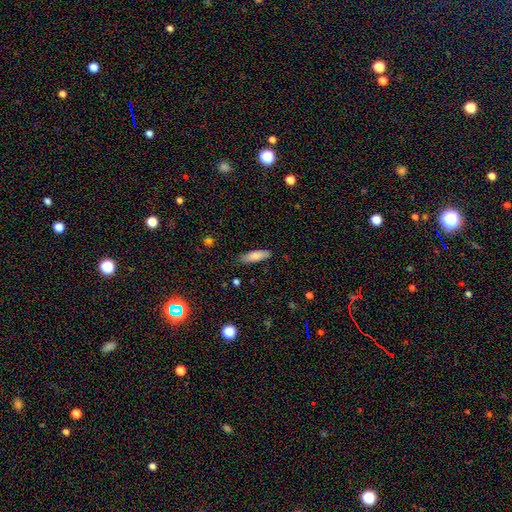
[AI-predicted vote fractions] Q: Smooth or featured?
A: smooth (80%); runner-up: featured or disk (13%)
Q: How rounded?
A: cigar-shaped (54%); runner-up: in between (44%)
Q: Merging?
A: none (86%); runner-up: minor disturbance (11%)